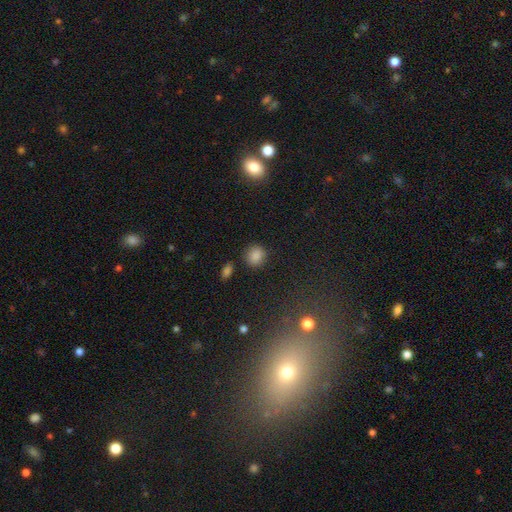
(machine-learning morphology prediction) smooth_or_featured: smooth (p=0.84) [alt: star or artifact p=0.11]
how_rounded: round (p=0.79) [alt: in between p=0.20]
merging: none (p=0.82) [alt: minor disturbance p=0.11]